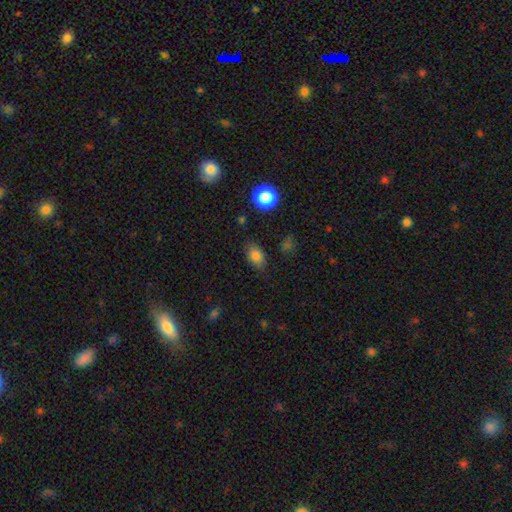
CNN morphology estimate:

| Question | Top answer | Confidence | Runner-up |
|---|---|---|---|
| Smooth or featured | smooth | 81% | star or artifact (11%) |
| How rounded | in between | 83% | round (15%) |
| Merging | none | 79% | minor disturbance (16%) |